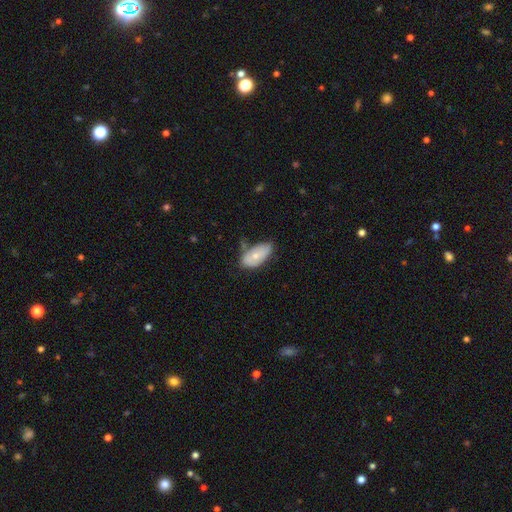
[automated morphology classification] Smooth or featured? Predicted: smooth (p=0.67). How rounded? Predicted: in between (p=0.93). Merging? Predicted: none (p=0.48).